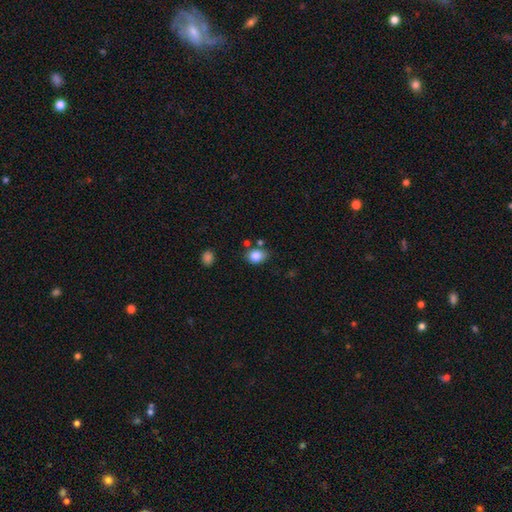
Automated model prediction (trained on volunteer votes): smooth_or_featured: smooth (p=0.84) [alt: star or artifact p=0.10]
how_rounded: in between (p=0.56) [alt: round p=0.43]
merging: none (p=0.68) [alt: minor disturbance p=0.19]